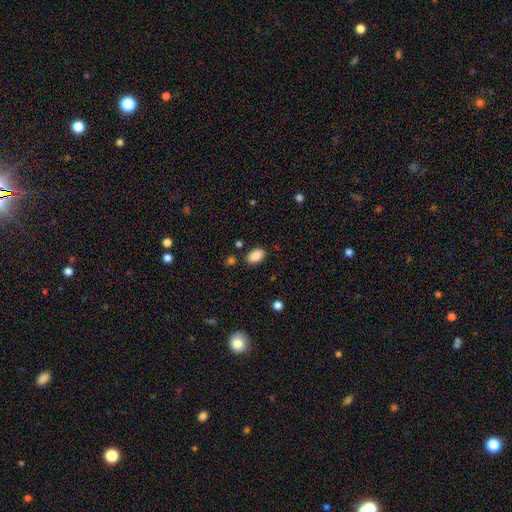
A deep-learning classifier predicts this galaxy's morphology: This is clearly a smooth galaxy (88%). How rounded: clearly in between (88%). Merging: clearly none (84%).